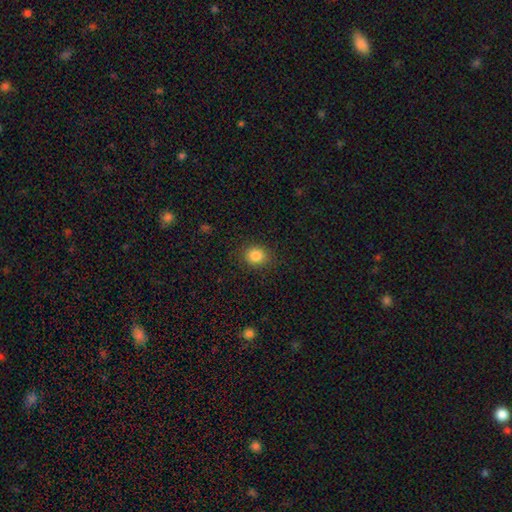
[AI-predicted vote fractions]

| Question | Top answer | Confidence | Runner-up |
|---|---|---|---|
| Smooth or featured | smooth | 84% | star or artifact (11%) |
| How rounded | round | 71% | in between (28%) |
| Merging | none | 88% | minor disturbance (9%) |